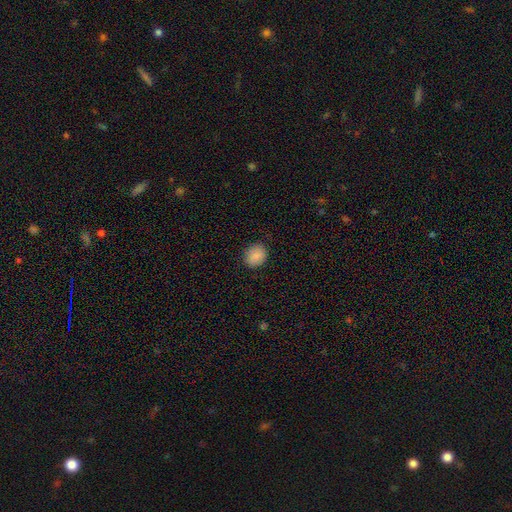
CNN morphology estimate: Q: Smooth or featured?
A: smooth (88%); runner-up: star or artifact (8%)
Q: How rounded?
A: round (71%); runner-up: in between (28%)
Q: Merging?
A: none (86%); runner-up: minor disturbance (11%)